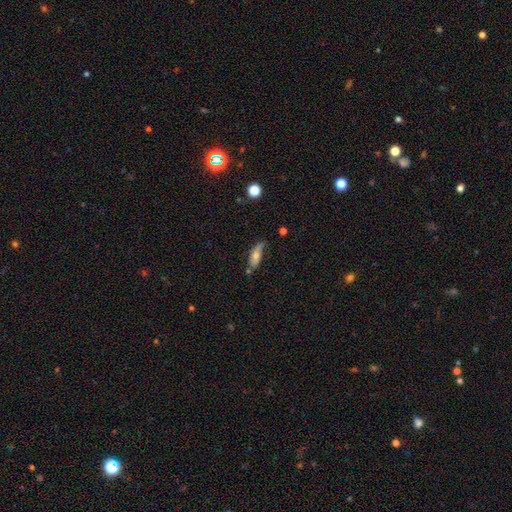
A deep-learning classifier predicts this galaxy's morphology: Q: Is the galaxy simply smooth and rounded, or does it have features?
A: smooth — 56%.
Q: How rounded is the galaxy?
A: in between — 70%.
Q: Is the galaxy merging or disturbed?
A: none — 51%.